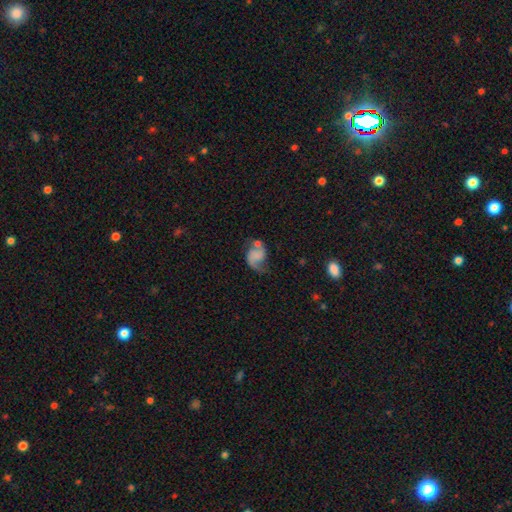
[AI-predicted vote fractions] This appears to be a featured or disk galaxy (64%) with no bar (68%), 2 (76%) loose (59%) spiral arms (89%) and no central bulge (65%). Merging: none (39%).